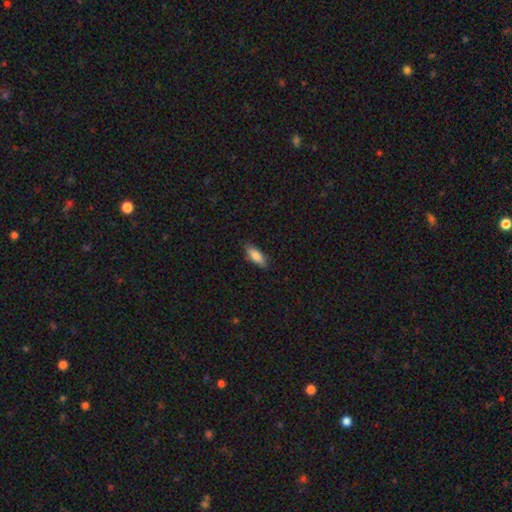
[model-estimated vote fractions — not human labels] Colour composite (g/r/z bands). It shows a smooth galaxy with no disk features (83%) that is in between round and cigar-shaped (66%). Merging: none (85%).